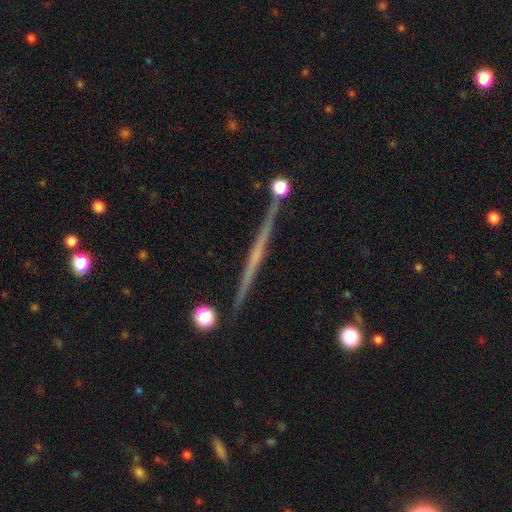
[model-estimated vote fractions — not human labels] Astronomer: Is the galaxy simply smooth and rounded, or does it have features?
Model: featured or disk — 71%.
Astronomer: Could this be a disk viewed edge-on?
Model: yes — 98%.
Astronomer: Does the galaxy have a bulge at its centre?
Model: none — 79%.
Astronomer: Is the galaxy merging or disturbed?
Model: none — 91%.